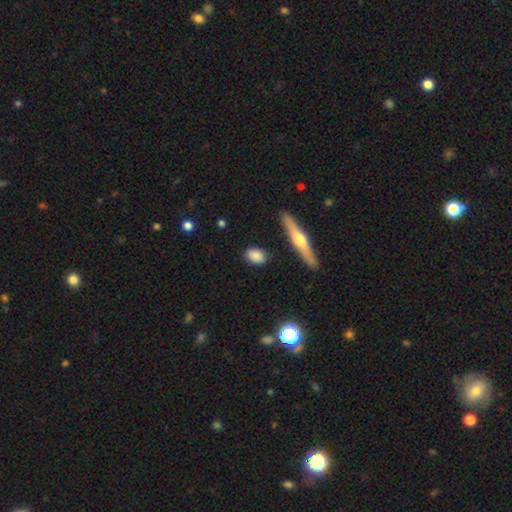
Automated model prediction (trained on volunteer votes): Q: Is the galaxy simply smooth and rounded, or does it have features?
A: smooth — 83%.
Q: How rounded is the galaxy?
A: in between — 72%.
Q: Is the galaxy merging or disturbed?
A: none — 86%.